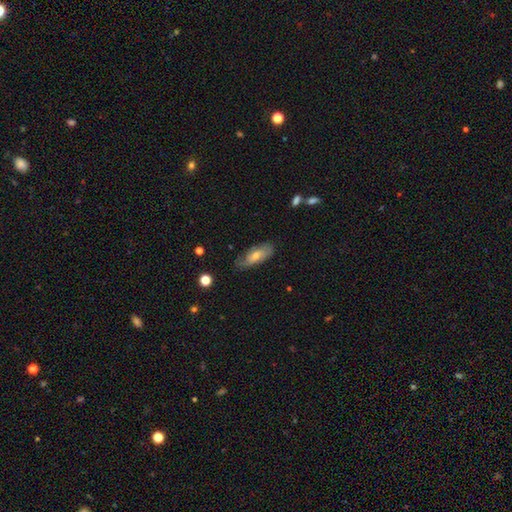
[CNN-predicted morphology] The model was most divided on "smooth or featured": smooth: 52%, featured or disk: 40%, star or artifact: 7%. More confident: merging — none (75%); how rounded — in between (70%).